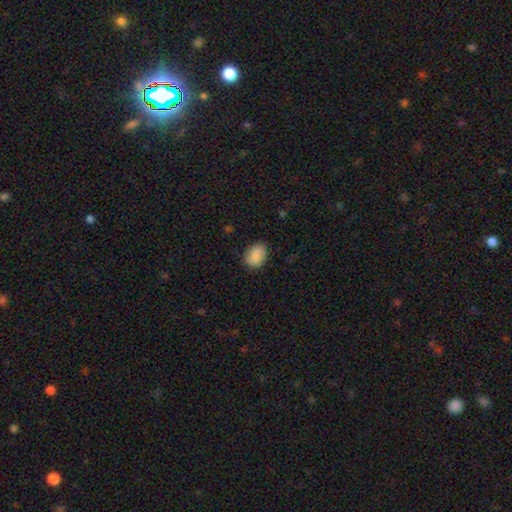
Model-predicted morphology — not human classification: This appears to be a smooth galaxy with no disk features (89%) that is in between round and cigar-shaped (60%). Merging: none (84%).